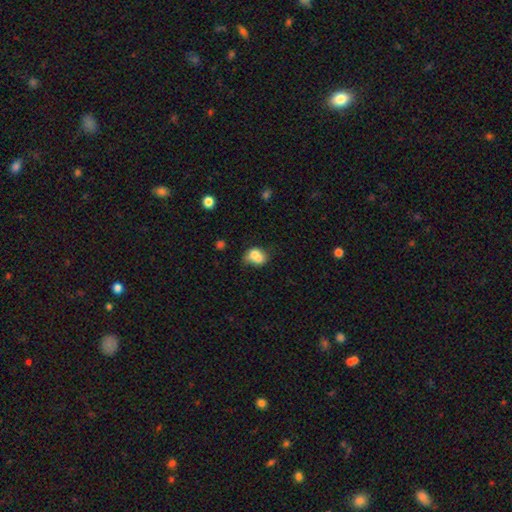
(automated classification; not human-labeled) Smooth or featured? smooth (71%)
How rounded? in between (52%)
Merging? merger (55%)